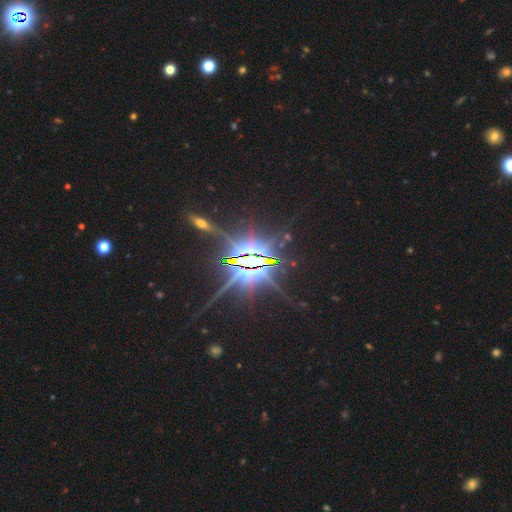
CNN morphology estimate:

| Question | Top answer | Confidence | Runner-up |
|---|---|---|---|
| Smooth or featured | star or artifact | 87% | featured or disk (8%) |